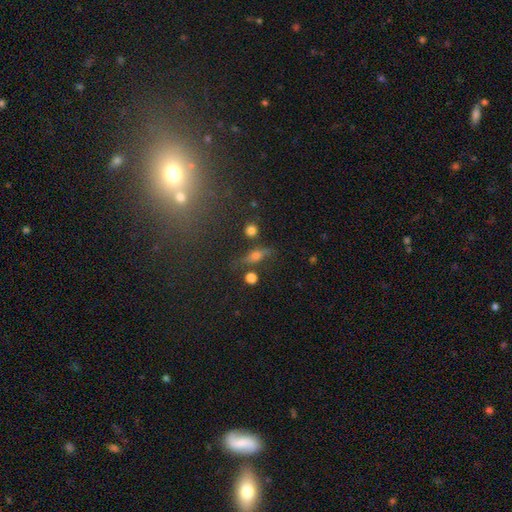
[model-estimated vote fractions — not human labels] A smooth galaxy with no disk features (47%). Merging: none (65%).